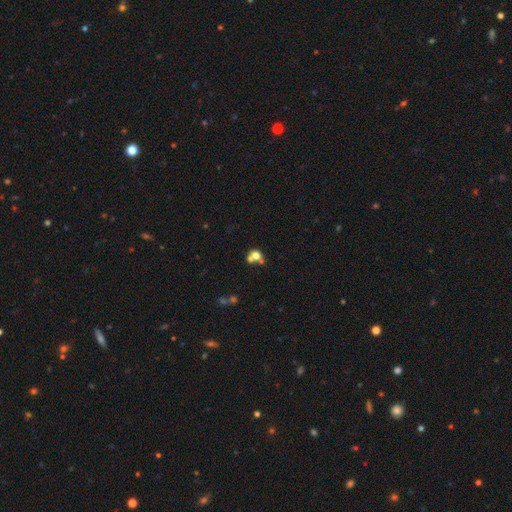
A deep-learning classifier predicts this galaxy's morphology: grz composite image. It shows a smooth galaxy with no disk features (67%) that is round (67%). Merging: merger (51%).